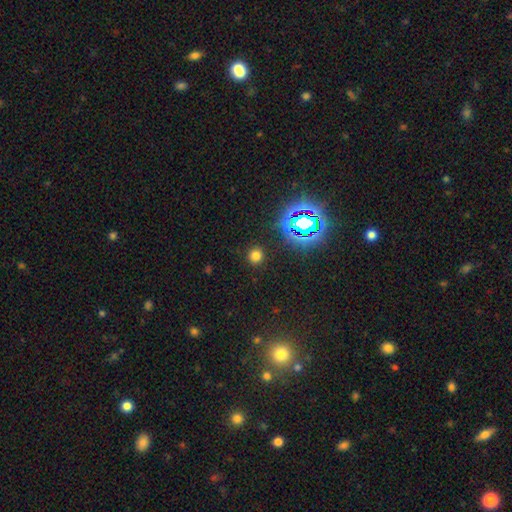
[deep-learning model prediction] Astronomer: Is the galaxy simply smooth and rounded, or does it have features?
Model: smooth — 70%.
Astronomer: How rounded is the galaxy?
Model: round — 90%.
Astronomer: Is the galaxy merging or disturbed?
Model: none — 90%.